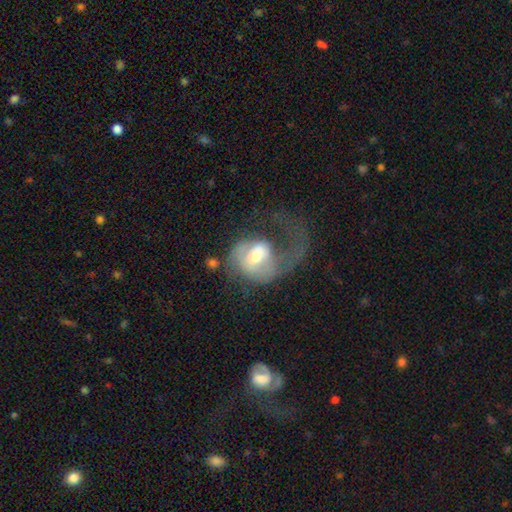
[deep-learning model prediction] smooth_or_featured: featured or disk (p=0.61) [alt: smooth p=0.32]
disk_edge_on: no (p=0.97) [alt: yes p=0.03]
bar: no (p=0.57) [alt: weak p=0.35]
has_spiral_arms: yes (p=0.74) [alt: no p=0.26]
bulge_size: moderate (p=0.61) [alt: small p=0.24]
merging: major disturbance (p=0.62) [alt: none p=0.20]